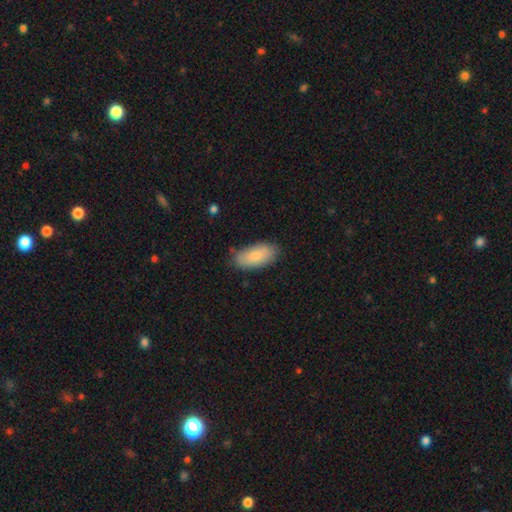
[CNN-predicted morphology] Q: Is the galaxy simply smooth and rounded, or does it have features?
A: smooth — 83%.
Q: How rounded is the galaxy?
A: in between — 92%.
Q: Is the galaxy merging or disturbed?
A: none — 80%.